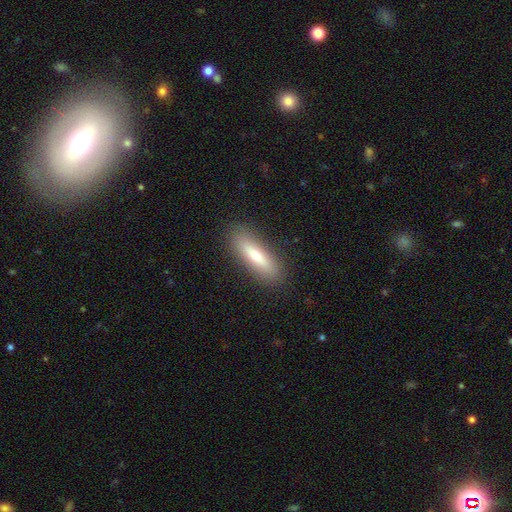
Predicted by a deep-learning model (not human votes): This appears to be a smooth galaxy with no disk features (66%) that is cigar-shaped (66%). Merging: none (88%).